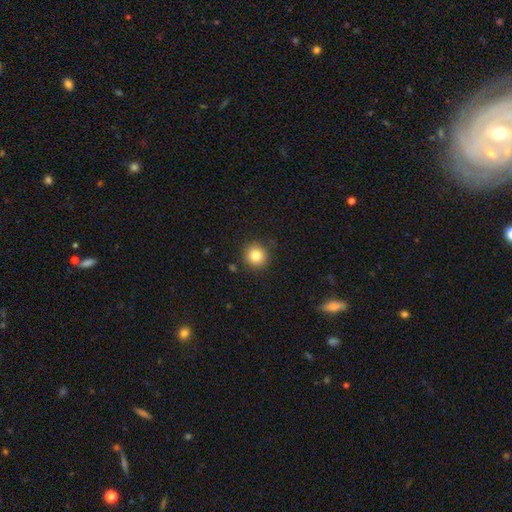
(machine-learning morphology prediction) smooth 83%, star or artifact 11%, featured or disk 7%. Down the decision tree: how rounded — round (93%); merging — none (89%).